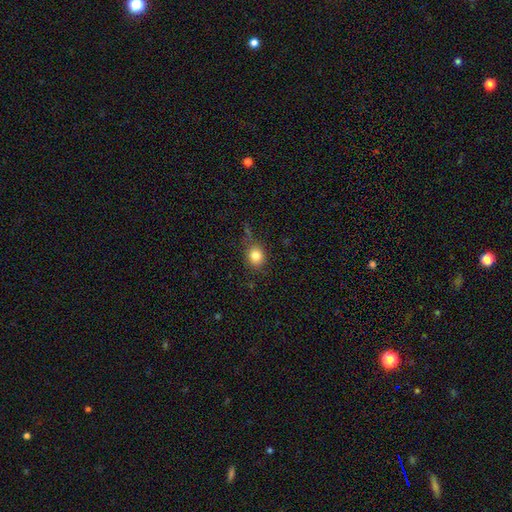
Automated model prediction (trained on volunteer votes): Smooth or featured?
  - smooth: 83% *
  - star or artifact: 10%
  - featured or disk: 6%
How rounded?
  - round: 77% *
  - in between: 22%
  - cigar-shaped: 1%
Merging?
  - none: 72% *
  - minor disturbance: 18%
  - major disturbance: 6%
  - merger: 3%